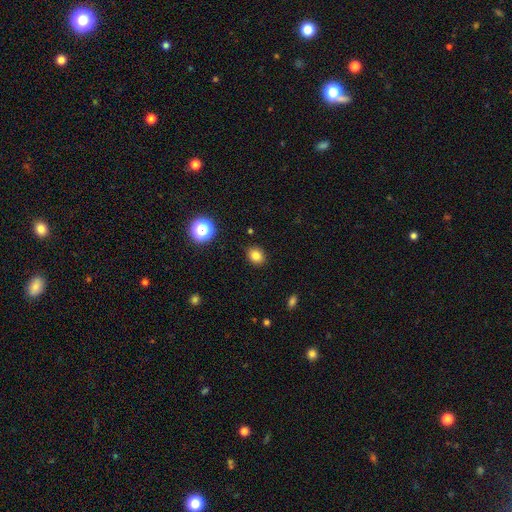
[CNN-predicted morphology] smooth-or-featured: smooth: 81% | star or artifact: 13% | featured or disk: 6%
  how-rounded: round: 57% | in between: 42% | cigar-shaped: 1%
  merging: none: 89% | minor disturbance: 7% | major disturbance: 2% | merger: 1%